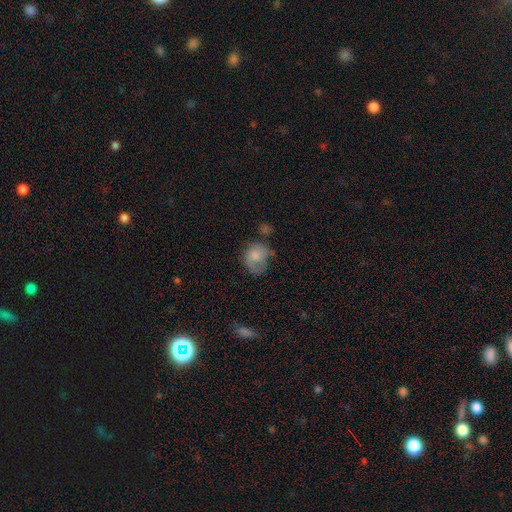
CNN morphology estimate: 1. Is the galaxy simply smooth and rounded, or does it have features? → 72% smooth, 19% featured or disk, 9% star or artifact.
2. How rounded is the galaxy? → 65% round, 34% in between, 1% cigar-shaped.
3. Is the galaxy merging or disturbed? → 40% none, 32% minor disturbance, 21% major disturbance, 6% merger.